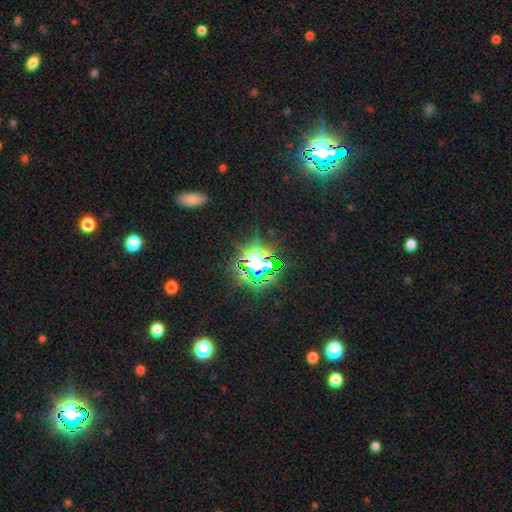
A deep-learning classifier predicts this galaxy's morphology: Q: Smooth or featured?
A: star or artifact (79%); runner-up: smooth (12%)